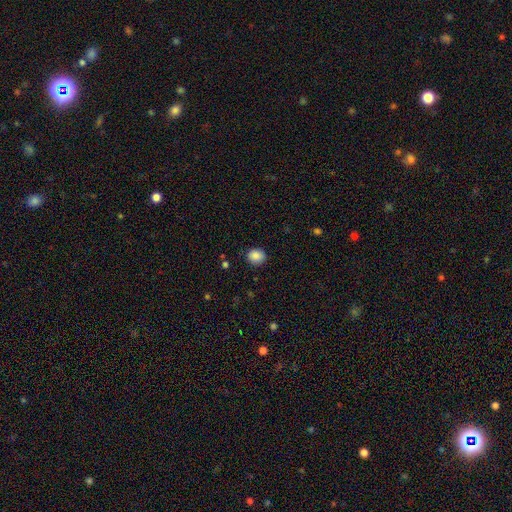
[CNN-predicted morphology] Smooth or featured: smooth — 87% (star or artifact — 9%)
How rounded: round — 69% (in between — 30%)
Merging: none — 87% (minor disturbance — 9%)